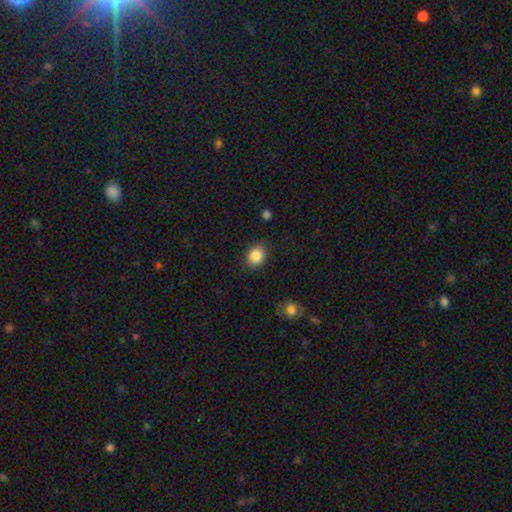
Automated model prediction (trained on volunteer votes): Overall: smooth (86%). How rounded: in between (50%; round 49%). Merging: none (84%).